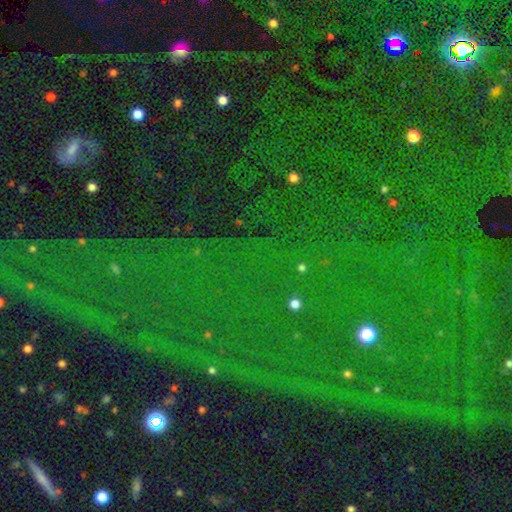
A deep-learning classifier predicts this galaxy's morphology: type=star or artifact (85%).